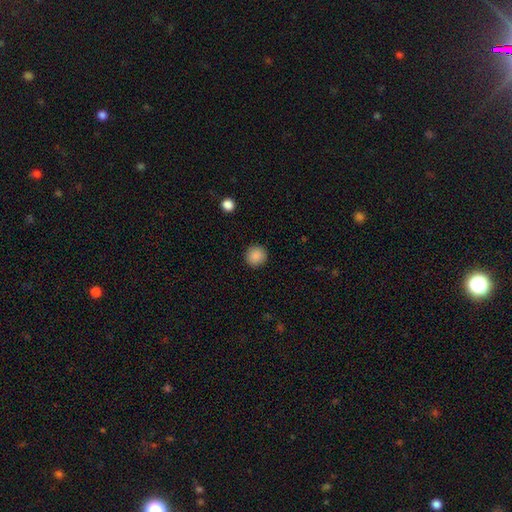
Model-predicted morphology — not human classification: Overall: smooth (88%). How rounded: round (94%). Merging: none (92%).